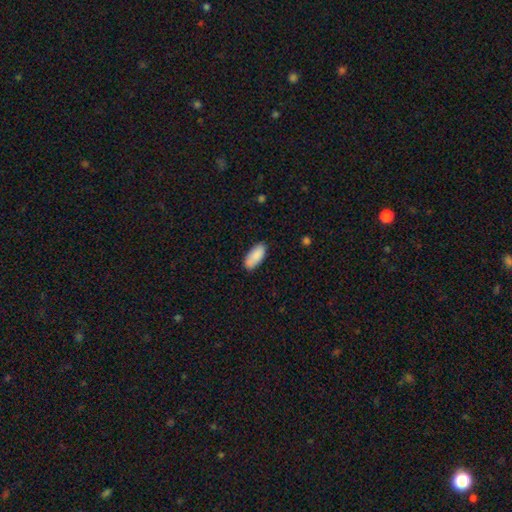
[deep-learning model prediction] Smooth or featured? smooth (88%)
How rounded? in between (88%)
Merging? none (82%)